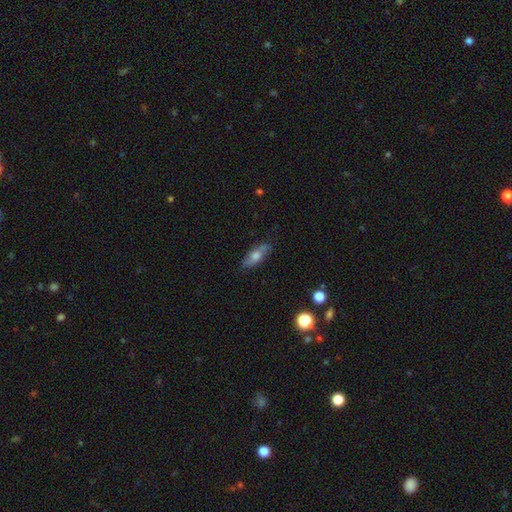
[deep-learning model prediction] The model was most divided on "smooth or featured": smooth: 52%, featured or disk: 40%, star or artifact: 8%. More confident: merging — none (81%); how rounded — in between (65%).